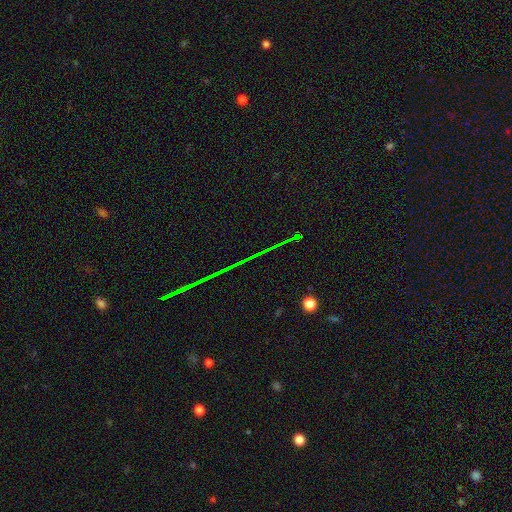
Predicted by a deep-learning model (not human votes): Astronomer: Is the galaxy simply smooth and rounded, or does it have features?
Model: star or artifact — 79%.